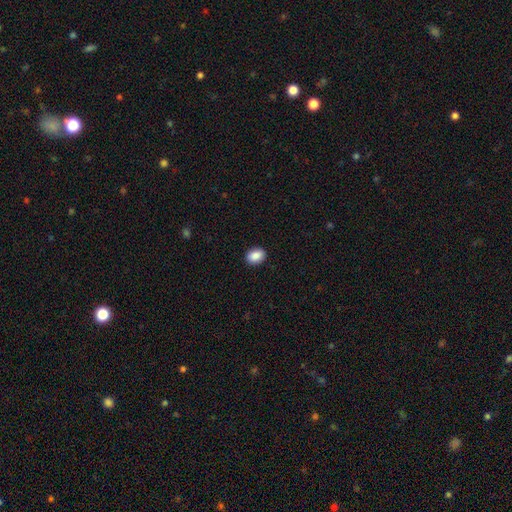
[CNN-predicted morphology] Overall: smooth (89%). How rounded: in between (74%). Merging: none (91%).